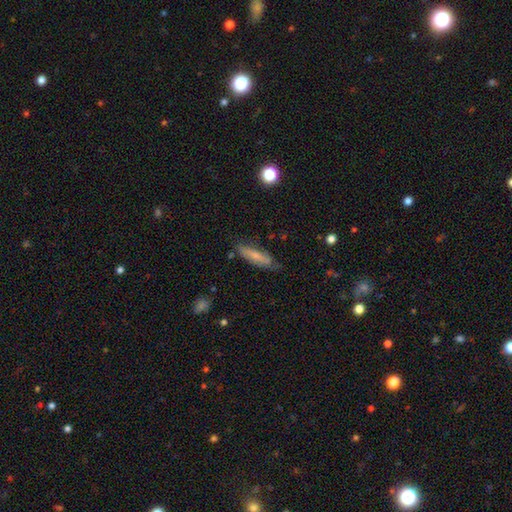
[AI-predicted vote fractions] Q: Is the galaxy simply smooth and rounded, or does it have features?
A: smooth — 58%.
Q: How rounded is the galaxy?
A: cigar-shaped — 62%.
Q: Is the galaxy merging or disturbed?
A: none — 72%.